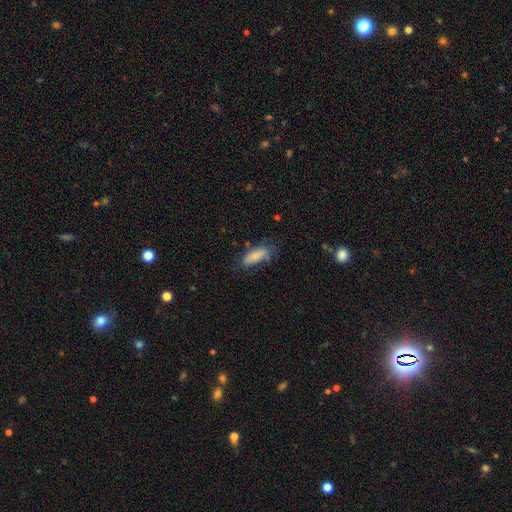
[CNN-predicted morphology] Smooth or featured?
  - smooth: 81% *
  - featured or disk: 12%
  - star or artifact: 8%
How rounded?
  - in between: 70% *
  - cigar-shaped: 28%
  - round: 2%
Merging?
  - none: 58% *
  - minor disturbance: 28%
  - major disturbance: 11%
  - merger: 3%